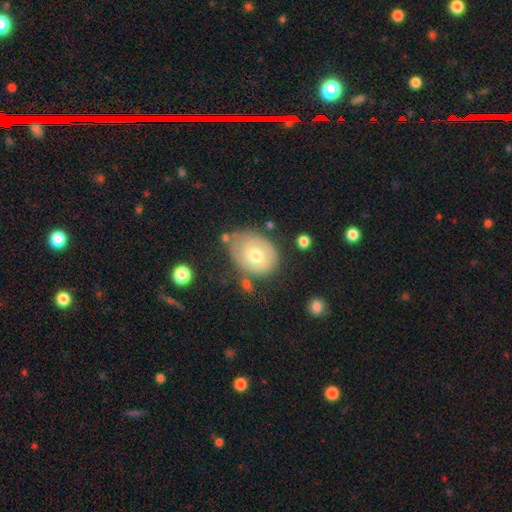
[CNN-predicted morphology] Overall: smooth (50%; featured or disk 43%). Merging: none (56%; minor disturbance 27%).